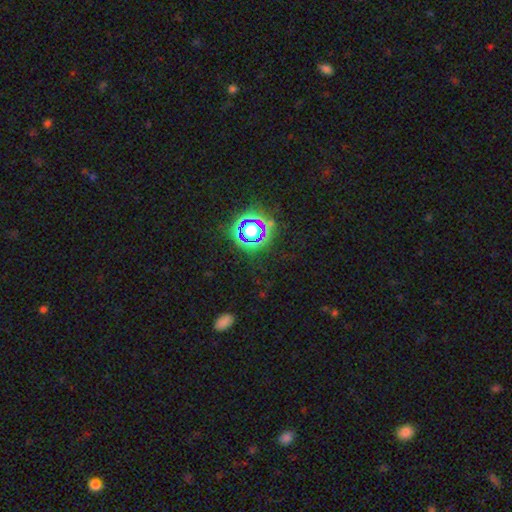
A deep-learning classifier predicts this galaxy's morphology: Overall: star or artifact (75%).